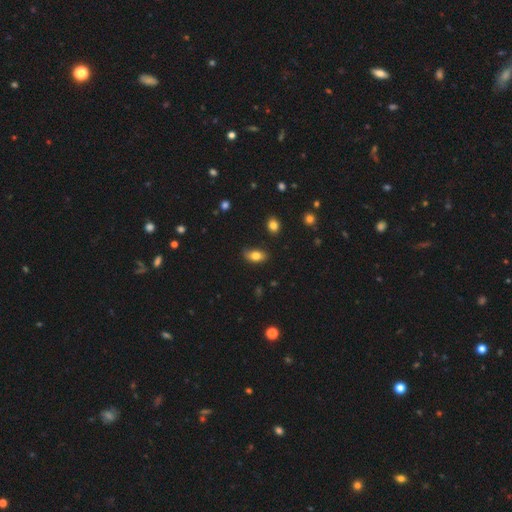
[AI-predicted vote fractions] A smooth galaxy with no disk features (80%) that is in between round and cigar-shaped (89%).

Vote fractions:
- Smooth or featured? smooth: 80% / featured or disk: 11% / star or artifact: 9%
- How rounded? in between: 89% / round: 7% / cigar-shaped: 4%
- Merging? none: 79% / minor disturbance: 16% / major disturbance: 3% / merger: 2%